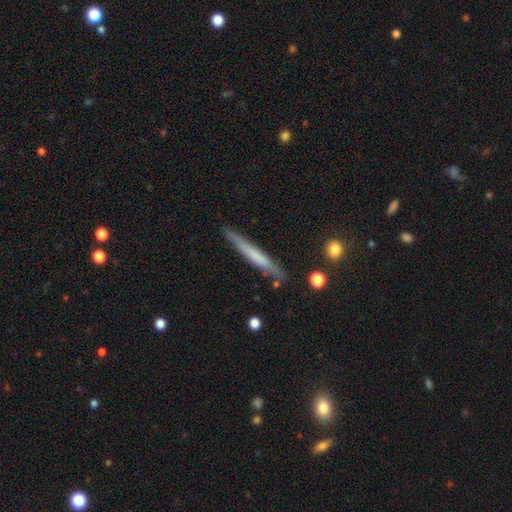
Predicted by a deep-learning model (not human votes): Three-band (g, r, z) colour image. It shows a smooth galaxy with no disk features (55%) that is cigar-shaped (96%). Merging: none (81%).